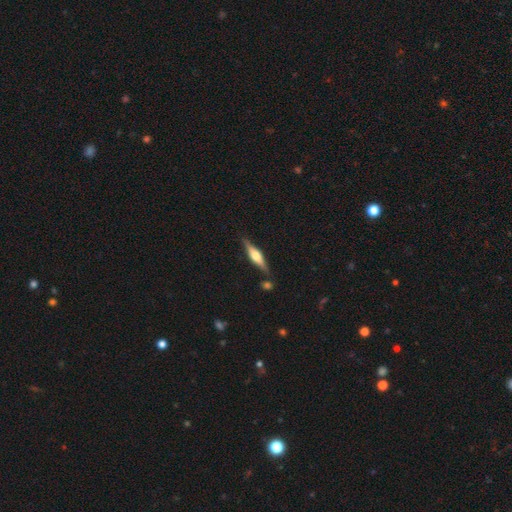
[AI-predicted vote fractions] Overall: featured or disk (67%; smooth 27%). Edge-on disk: yes (96%). Edge-on bulge: rounded (86%). Merging: none (80%).